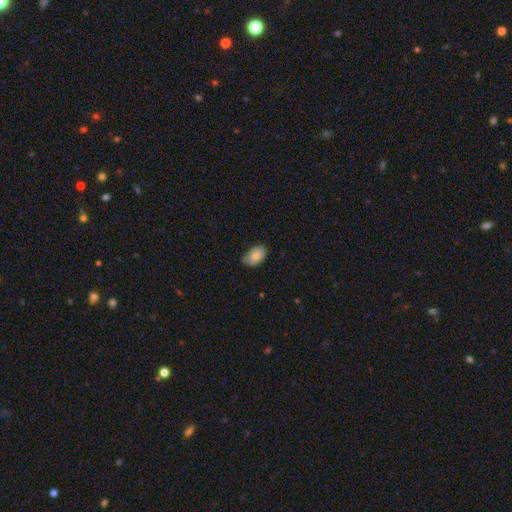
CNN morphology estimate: Smooth or featured? smooth (78%)
How rounded? in between (88%)
Merging? none (65%)